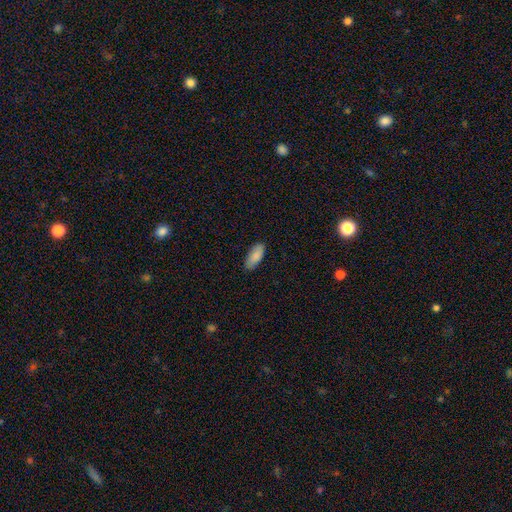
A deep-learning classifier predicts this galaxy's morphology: Overall: smooth (87%). How rounded: in between (83%). Merging: none (85%).